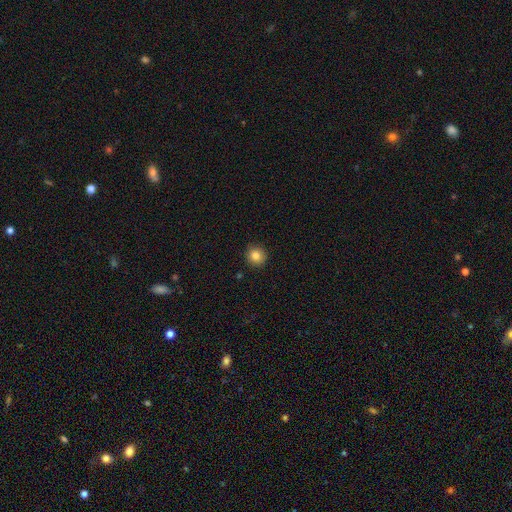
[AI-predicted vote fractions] smooth_or_featured: smooth (p=0.83) [alt: star or artifact p=0.11]
how_rounded: round (p=0.94) [alt: in between p=0.05]
merging: none (p=0.92) [alt: minor disturbance p=0.05]